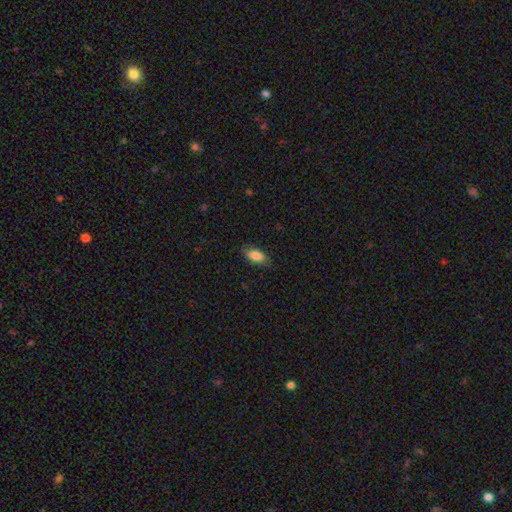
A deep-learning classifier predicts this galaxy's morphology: Smooth or featured: smooth — 85% (featured or disk — 8%)
How rounded: in between — 87% (cigar-shaped — 9%)
Merging: none — 83% (minor disturbance — 13%)